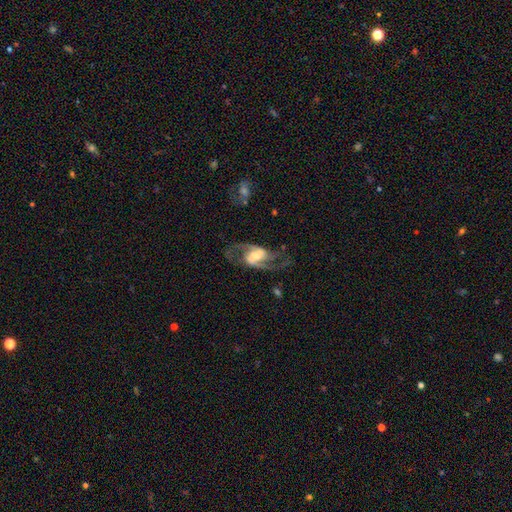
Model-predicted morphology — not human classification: Q: Smooth or featured?
A: featured or disk (90%); runner-up: smooth (5%)
Q: Edge-on disk?
A: no (97%); runner-up: yes (3%)
Q: Bar?
A: weak (48%); runner-up: no (27%)
Q: Spiral arms?
A: yes (97%); runner-up: no (3%)
Q: Spiral winding?
A: medium (53%); runner-up: loose (35%)
Q: Spiral arm count?
A: 2 (90%); runner-up: 3 (4%)
Q: Bulge size?
A: moderate (54%); runner-up: small (27%)
Q: Merging?
A: none (72%); runner-up: minor disturbance (15%)